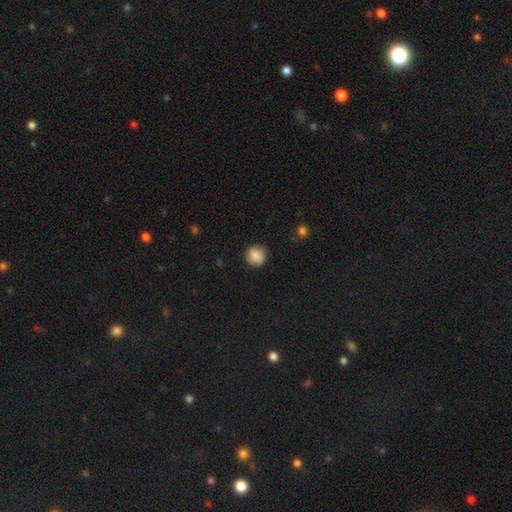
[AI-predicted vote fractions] Smooth or featured: smooth — 84% (star or artifact — 9%)
How rounded: round — 90% (in between — 9%)
Merging: none — 85% (minor disturbance — 11%)